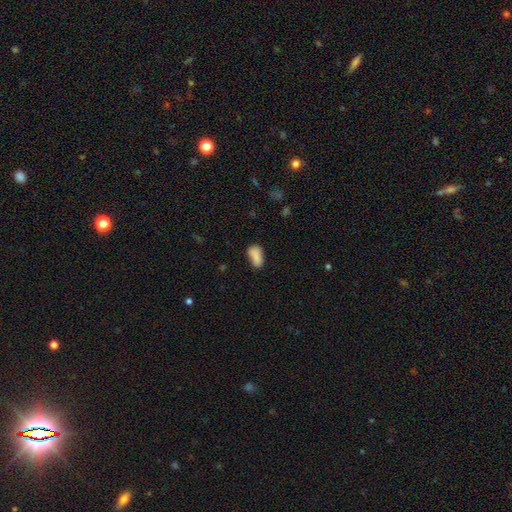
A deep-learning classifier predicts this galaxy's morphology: A smooth galaxy with no disk features (86%) that is in between round and cigar-shaped (91%).

Vote fractions:
- Smooth or featured? smooth: 86% / star or artifact: 8% / featured or disk: 5%
- How rounded? in between: 91% / cigar-shaped: 6% / round: 4%
- Merging? none: 69% / minor disturbance: 22% / major disturbance: 5% / merger: 4%